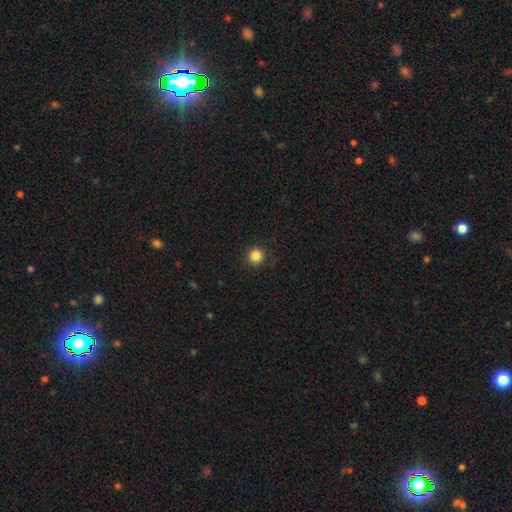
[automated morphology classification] type=smooth (85%); roundness=round (95%); merging=none (90%).